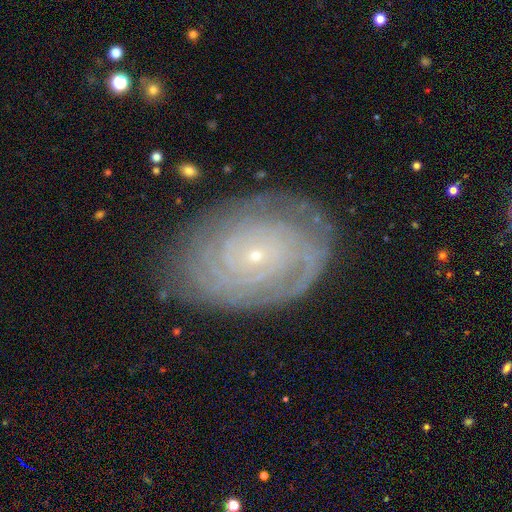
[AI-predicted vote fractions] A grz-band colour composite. It shows a featured or disk galaxy (83%) with no bar (82%), tight (84%) spiral arms (93%) and a small central bulge (89%). Merging: none (79%).